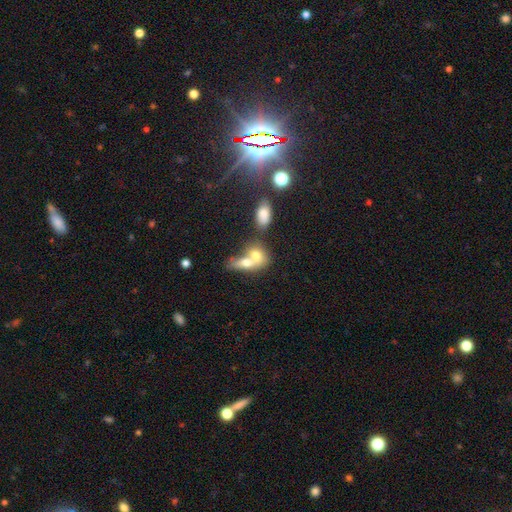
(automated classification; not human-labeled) This appears to be a smooth galaxy with no disk features (69%) that is in between round and cigar-shaped (65%). Merging: merger (72%).